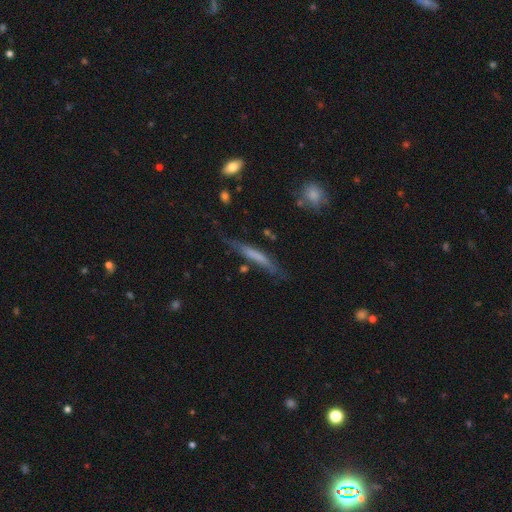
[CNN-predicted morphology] Q: Smooth or featured?
A: smooth (51%); runner-up: featured or disk (42%)
Q: How rounded?
A: cigar-shaped (92%); runner-up: in between (6%)
Q: Merging?
A: none (62%); runner-up: minor disturbance (25%)